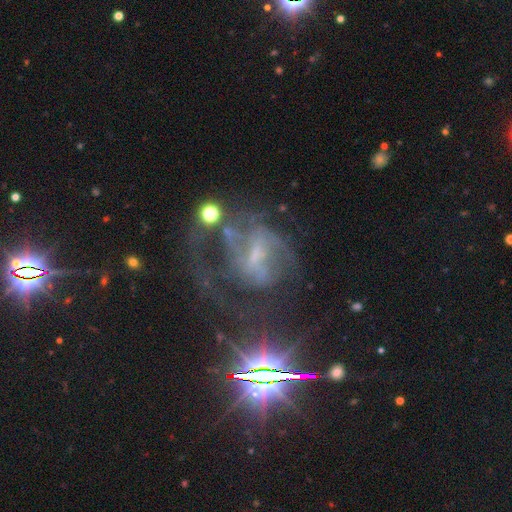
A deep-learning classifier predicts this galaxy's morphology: Smooth or featured: featured or disk — 65% (star or artifact — 23%)
Edge-on disk: no — 95% (yes — 5%)
Bar: weak — 40% (strong — 30%)
Spiral arms: yes — 73% (no — 27%)
Bulge size: small — 49% (none — 28%)
Merging: major disturbance — 40% (none — 36%)